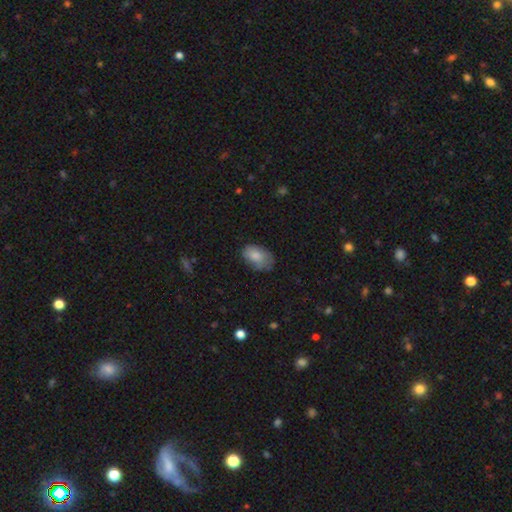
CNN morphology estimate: A smooth galaxy with no disk features (81%) that is in between round and cigar-shaped (89%).

Vote fractions:
- Smooth or featured? smooth: 81% / featured or disk: 12% / star or artifact: 7%
- How rounded? in between: 89% / round: 10% / cigar-shaped: 1%
- Merging? none: 59% / minor disturbance: 30% / major disturbance: 9% / merger: 2%